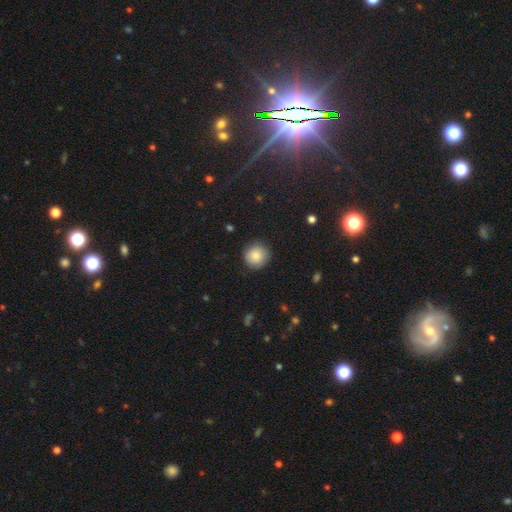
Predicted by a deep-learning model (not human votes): Q: Smooth or featured?
A: smooth (85%); runner-up: star or artifact (8%)
Q: How rounded?
A: round (93%); runner-up: in between (6%)
Q: Merging?
A: none (87%); runner-up: minor disturbance (10%)